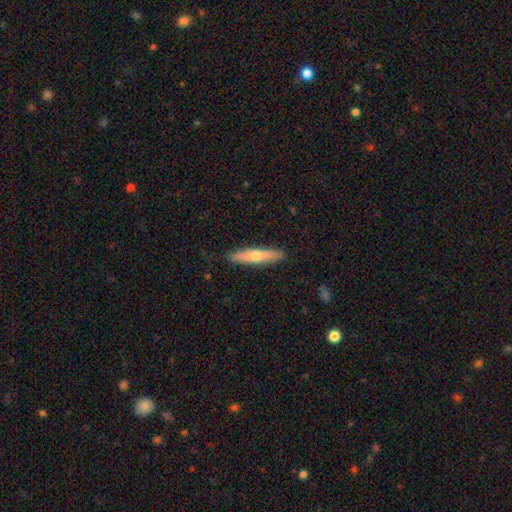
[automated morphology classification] This is possibly a smooth galaxy (53%). How rounded: clearly cigar-shaped (85%). Merging: clearly none (89%).